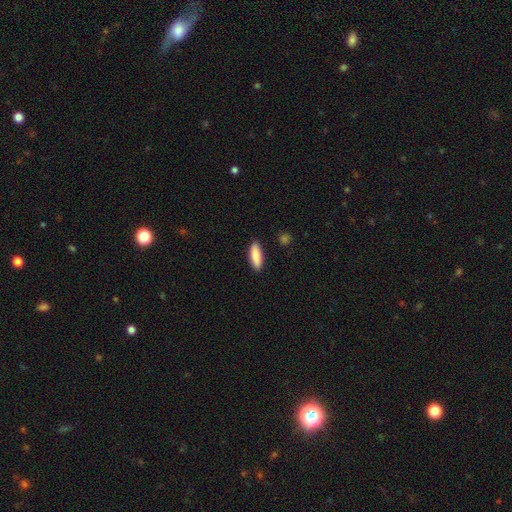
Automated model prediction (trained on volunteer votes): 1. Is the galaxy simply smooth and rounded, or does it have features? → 85% smooth, 10% featured or disk, 6% star or artifact.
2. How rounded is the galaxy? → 51% in between, 47% cigar-shaped, 2% round.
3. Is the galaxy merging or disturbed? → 89% none, 8% minor disturbance, 2% major disturbance, 1% merger.